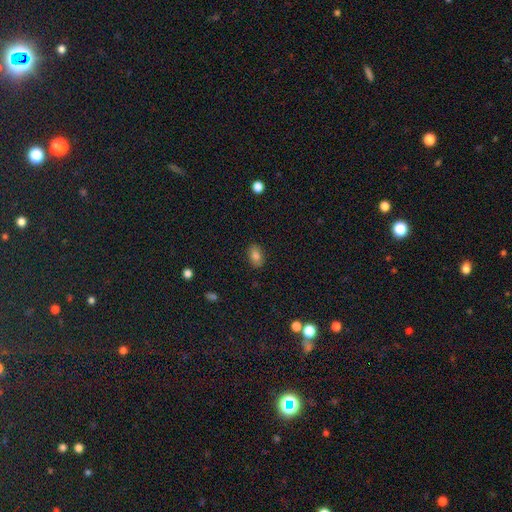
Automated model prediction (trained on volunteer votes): Overall: smooth (81%). How rounded: in between (86%). Merging: none (87%).